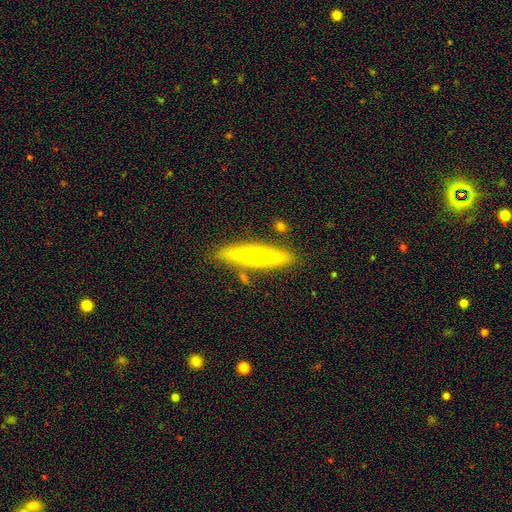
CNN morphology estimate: Smooth or featured?
  - smooth: 48% *
  - featured or disk: 45%
  - star or artifact: 7%
Merging?
  - none: 83% *
  - minor disturbance: 11%
  - merger: 4%
  - major disturbance: 2%